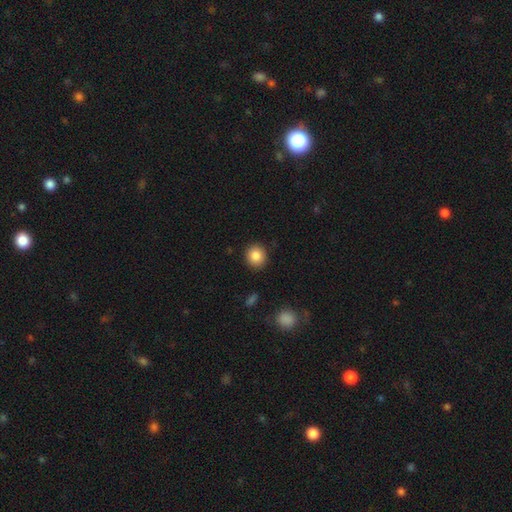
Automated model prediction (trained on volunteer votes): smooth 85%, star or artifact 9%, featured or disk 6%. Down the decision tree: how rounded — round (88%); merging — none (90%).